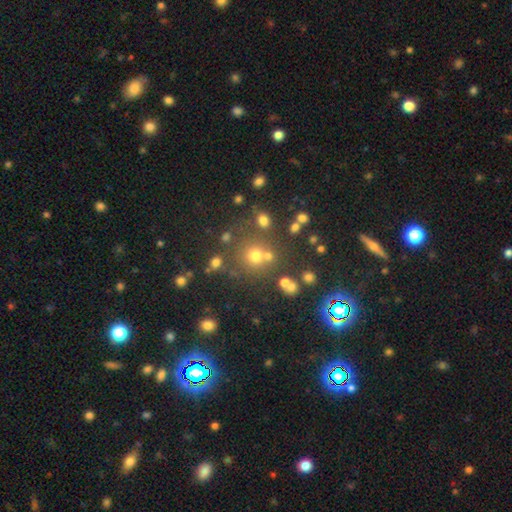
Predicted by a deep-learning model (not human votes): smooth 68%, star or artifact 22%, featured or disk 10%. Down the decision tree: how rounded — round (90%); merging — none (69%).